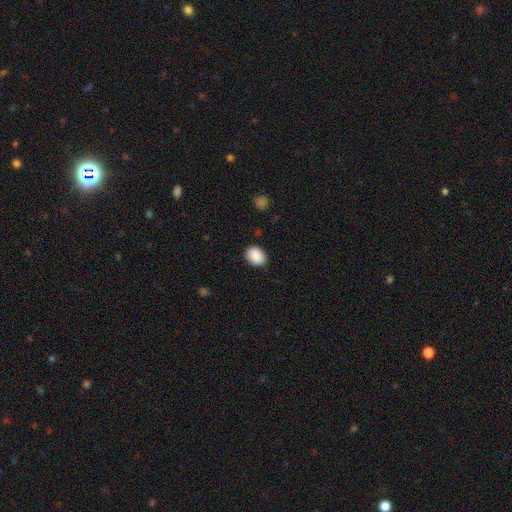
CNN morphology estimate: smooth_or_featured: smooth (p=0.89) [alt: star or artifact p=0.07]
how_rounded: in between (p=0.67) [alt: round p=0.33]
merging: none (p=0.87) [alt: minor disturbance p=0.10]